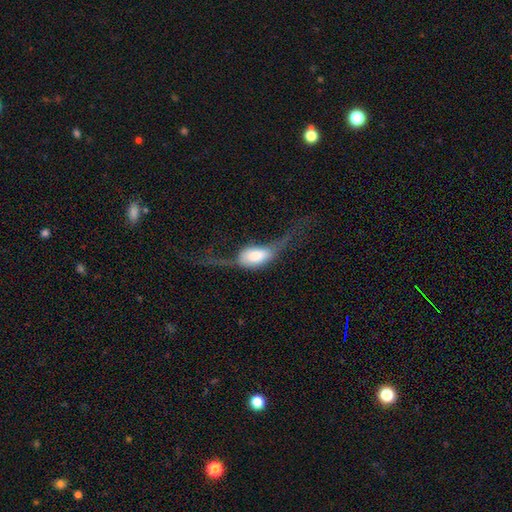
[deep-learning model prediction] Morphology: type=smooth (54%); roundness=in between (86%); merging=major disturbance (55%).